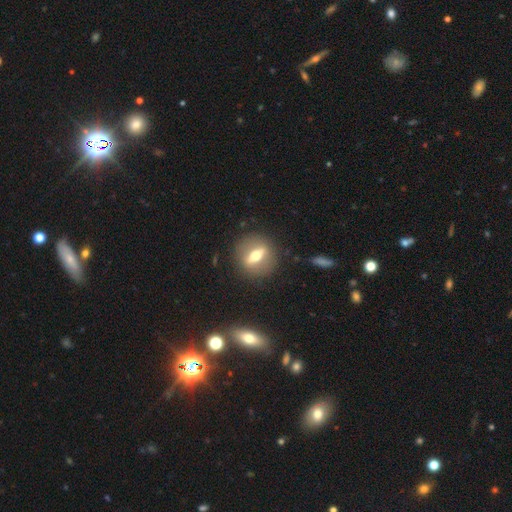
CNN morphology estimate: The model was most divided on "edge-on disk": yes: 55%, no: 45%. More confident: merging — none (87%); smooth or featured — featured or disk (62%).